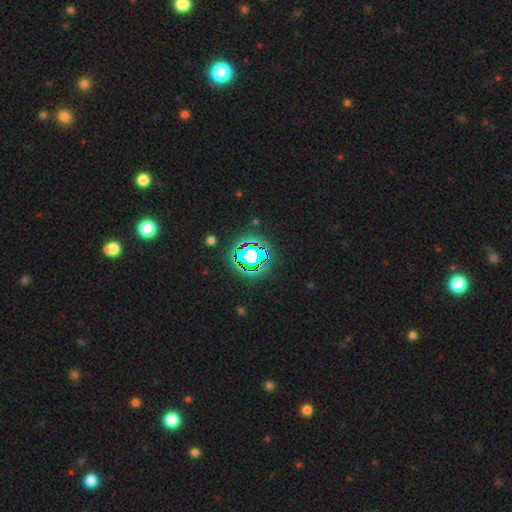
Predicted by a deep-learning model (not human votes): This is likely a star or artifact rather than a galaxy (66%).